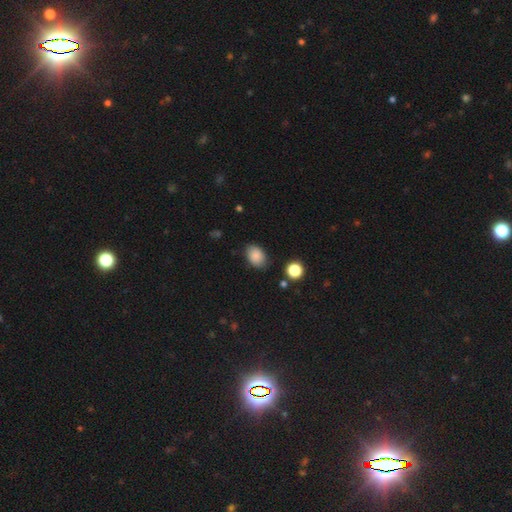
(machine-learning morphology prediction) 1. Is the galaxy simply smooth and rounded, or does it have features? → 86% smooth, 9% star or artifact, 5% featured or disk.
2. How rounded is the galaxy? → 80% in between, 19% round, 1% cigar-shaped.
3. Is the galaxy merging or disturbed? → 80% none, 15% minor disturbance, 3% major disturbance, 2% merger.